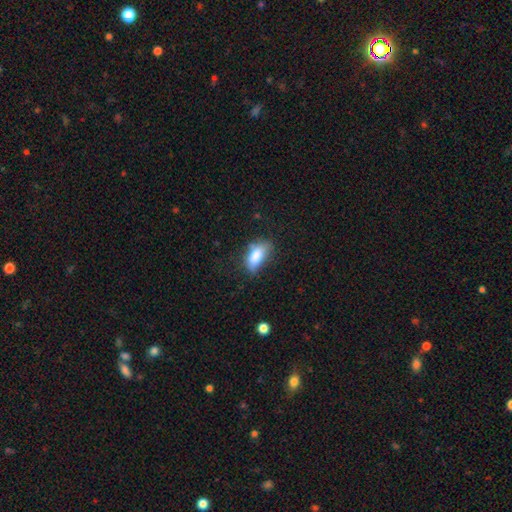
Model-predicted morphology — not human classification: smooth 82%, featured or disk 10%, star or artifact 8%. Down the decision tree: how rounded — in between (86%); merging — none (55%).